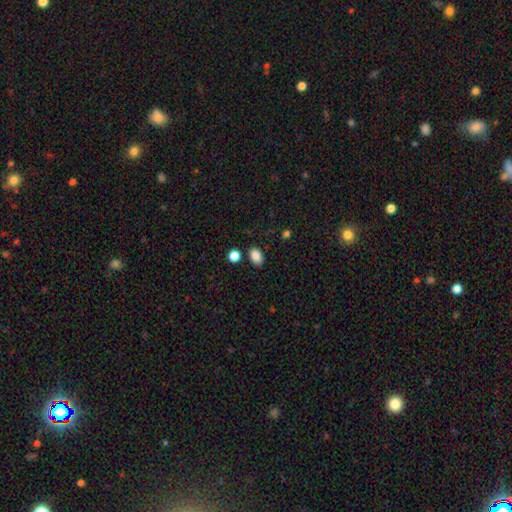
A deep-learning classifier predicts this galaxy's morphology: This appears to be a smooth galaxy with no disk features (86%) that is in between round and cigar-shaped (83%). Merging: none (81%).